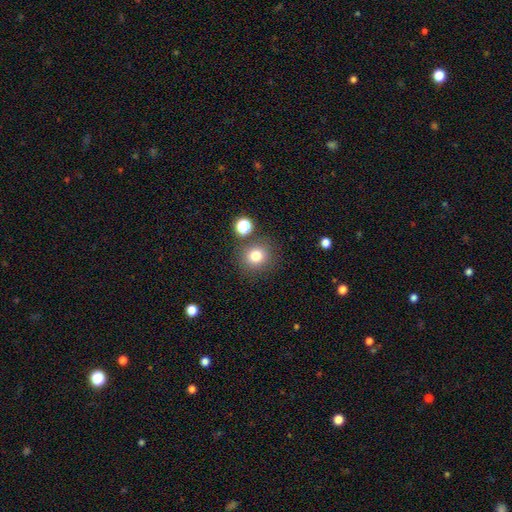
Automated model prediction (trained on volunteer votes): Q: Smooth or featured?
A: smooth (78%); runner-up: star or artifact (14%)
Q: How rounded?
A: round (87%); runner-up: in between (12%)
Q: Merging?
A: none (81%); runner-up: minor disturbance (9%)